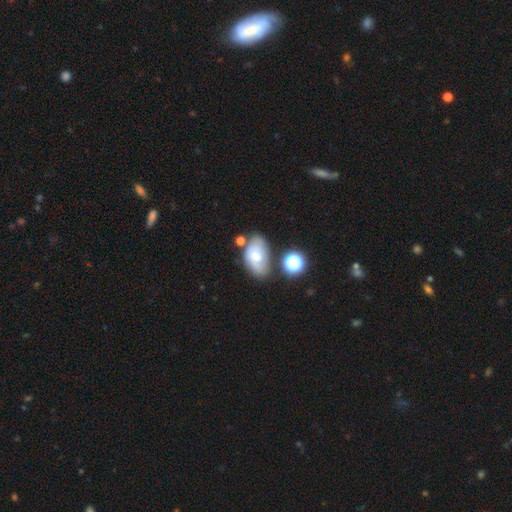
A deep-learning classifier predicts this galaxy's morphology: Smooth or featured: smooth — 48% (featured or disk — 41%)
Merging: none — 53% (minor disturbance — 24%)